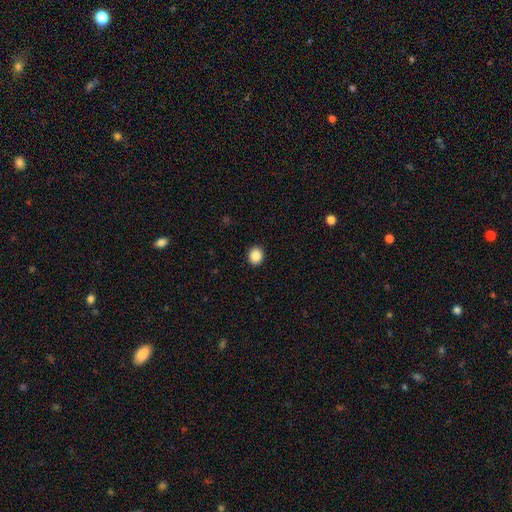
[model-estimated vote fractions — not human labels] A smooth galaxy with no disk features (88%) that is round (74%). Merging: none (92%).